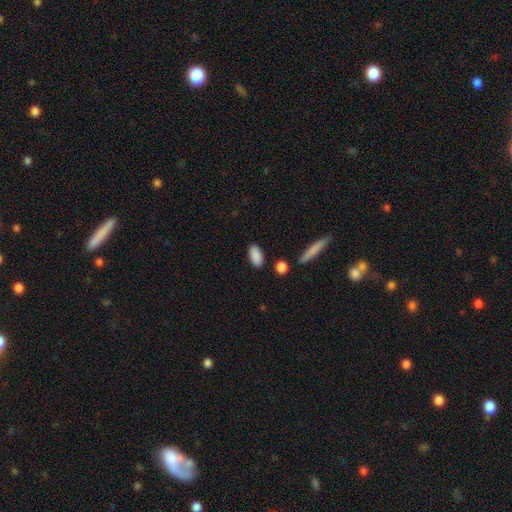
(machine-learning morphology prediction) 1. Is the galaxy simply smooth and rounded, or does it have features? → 89% smooth, 6% star or artifact, 5% featured or disk.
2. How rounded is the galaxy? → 88% in between, 9% cigar-shaped, 3% round.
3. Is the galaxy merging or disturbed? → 85% none, 9% minor disturbance, 3% merger, 2% major disturbance.